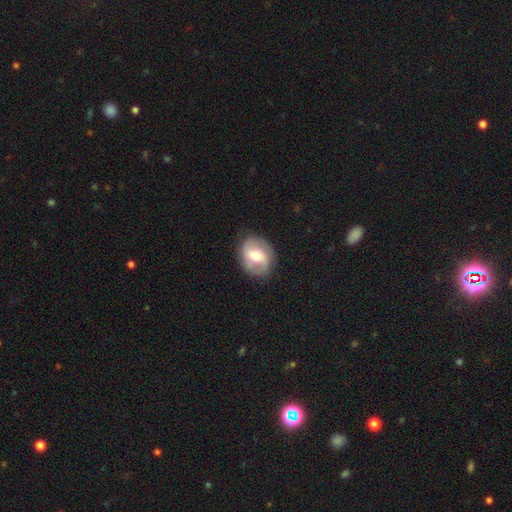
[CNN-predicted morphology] The model was most divided on "bar": weak: 45%, no: 31%, strong: 24%. More confident: edge-on disk — no (96%); merging — none (81%); spiral arms — yes (80%); bulge size — moderate (69%); smooth or featured — featured or disk (63%).